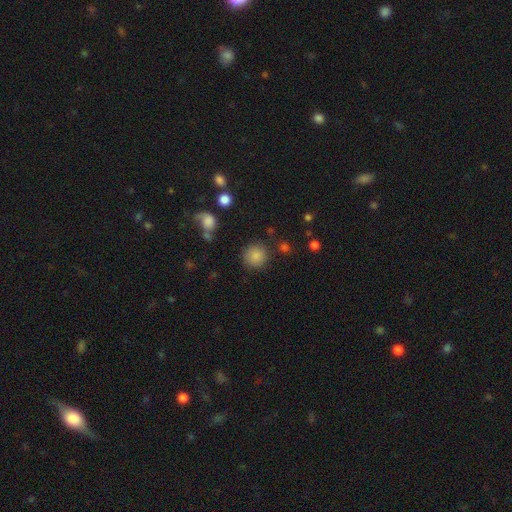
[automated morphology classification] Smooth or featured?
  - smooth: 84% *
  - star or artifact: 10%
  - featured or disk: 6%
How rounded?
  - round: 92% *
  - in between: 7%
  - cigar-shaped: 1%
Merging?
  - none: 84% *
  - minor disturbance: 9%
  - major disturbance: 4%
  - merger: 3%